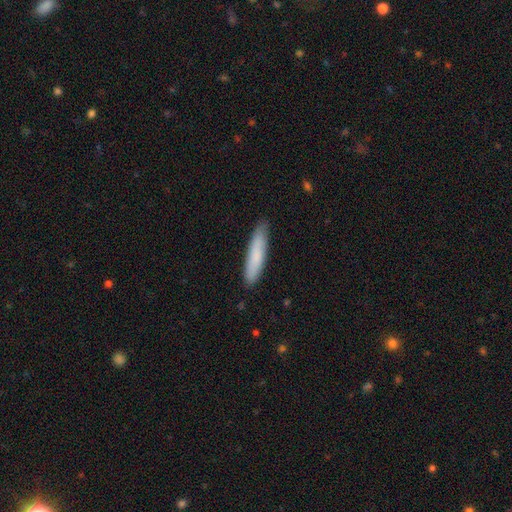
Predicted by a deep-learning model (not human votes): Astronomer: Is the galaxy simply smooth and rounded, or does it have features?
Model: smooth — 80%.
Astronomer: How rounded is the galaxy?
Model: cigar-shaped — 86%.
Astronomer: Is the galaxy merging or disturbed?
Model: none — 86%.